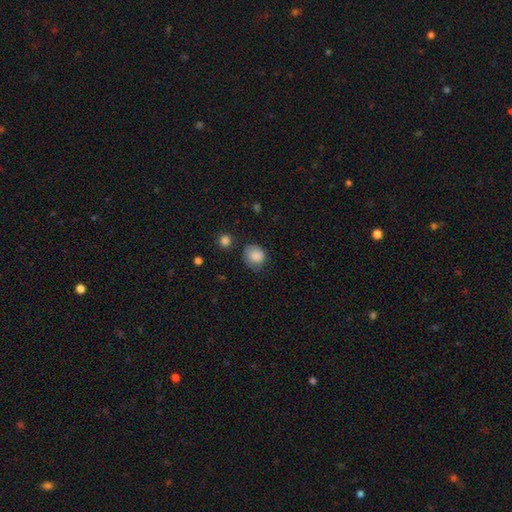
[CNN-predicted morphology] This appears to be a smooth galaxy with no disk features (86%) that is round (73%). Merging: none (59%).